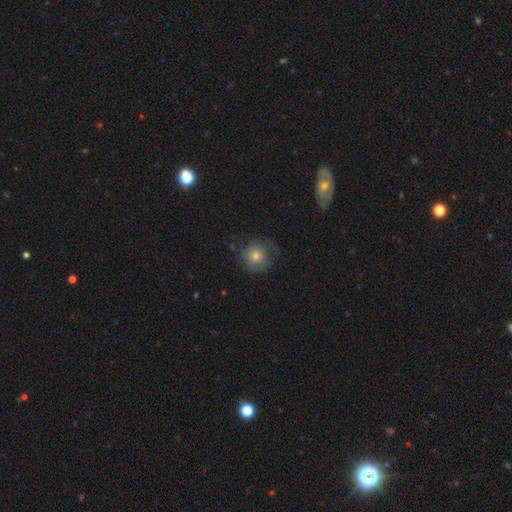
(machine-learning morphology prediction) A smooth galaxy with no disk features (55%) that is round (90%). Merging: none (70%).